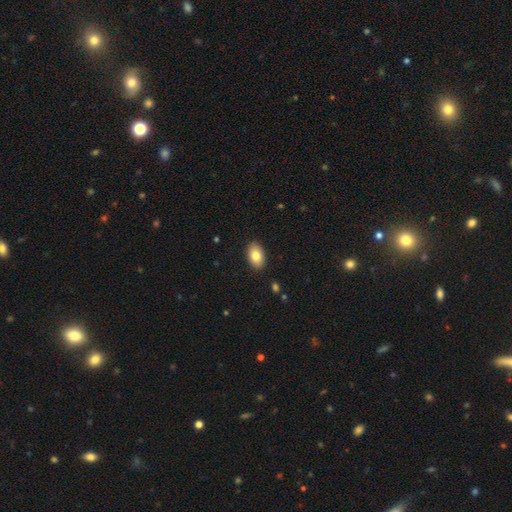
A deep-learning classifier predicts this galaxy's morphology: A smooth galaxy with no disk features (82%) that is in between round and cigar-shaped (91%).

Vote fractions:
- Smooth or featured? smooth: 82% / featured or disk: 11% / star or artifact: 7%
- How rounded? in between: 91% / round: 7% / cigar-shaped: 1%
- Merging? none: 89% / minor disturbance: 8% / major disturbance: 2% / merger: 1%